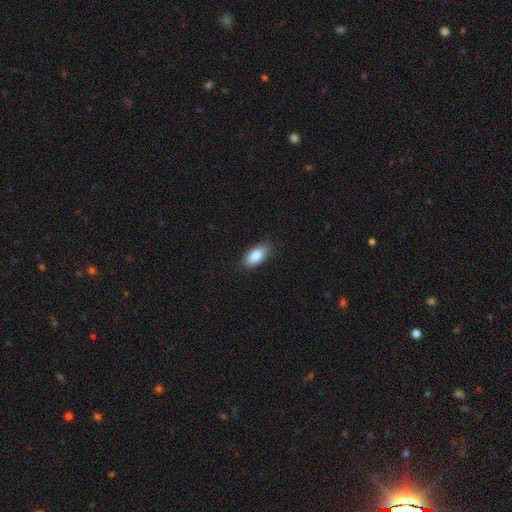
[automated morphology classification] Q: Smooth or featured?
A: smooth (86%); runner-up: featured or disk (7%)
Q: How rounded?
A: in between (90%); runner-up: cigar-shaped (6%)
Q: Merging?
A: none (84%); runner-up: minor disturbance (12%)